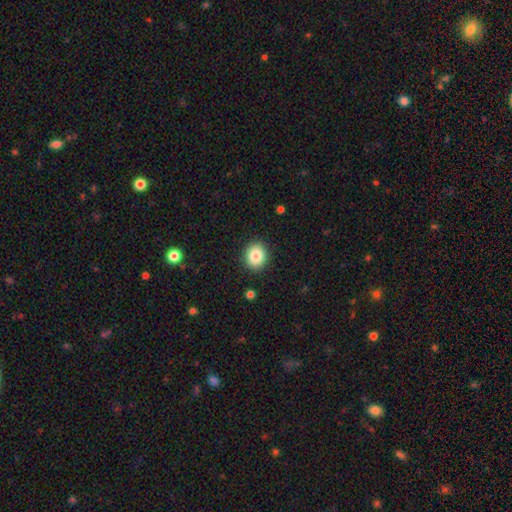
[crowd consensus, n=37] Volunteers were most divided on "how rounded": round: 52%, in between: 48%, cigar-shaped: 0%. More confident: smooth or featured — smooth (89%); merging — none (89%).